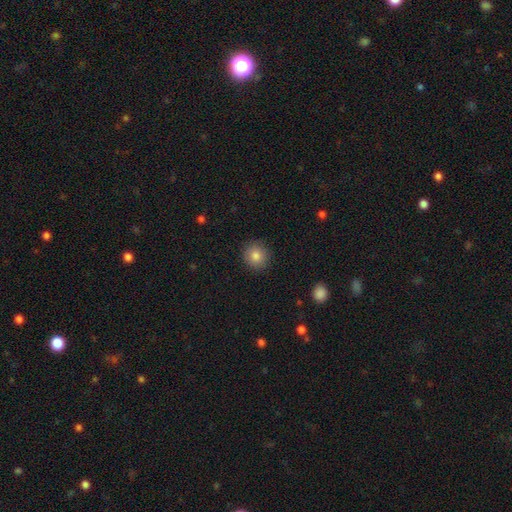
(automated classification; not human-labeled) Morphology: type=smooth (83%); roundness=round (92%); merging=none (91%).